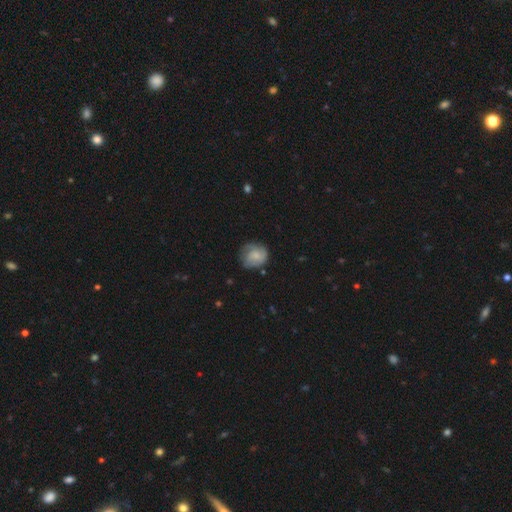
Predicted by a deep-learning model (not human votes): A smooth galaxy with no disk features (48%).

Vote fractions:
- Smooth or featured? smooth: 48% / featured or disk: 45% / star or artifact: 7%
- Merging? none: 65% / minor disturbance: 23% / major disturbance: 10% / merger: 2%